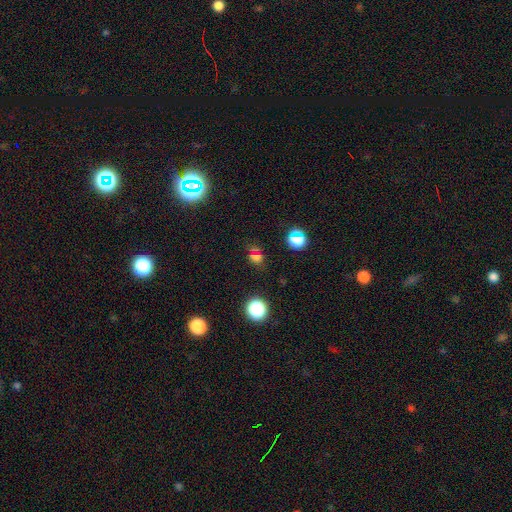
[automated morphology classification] Overall: smooth (58%; star or artifact 34%). How rounded: round (60%; in between 38%). Merging: none (71%).